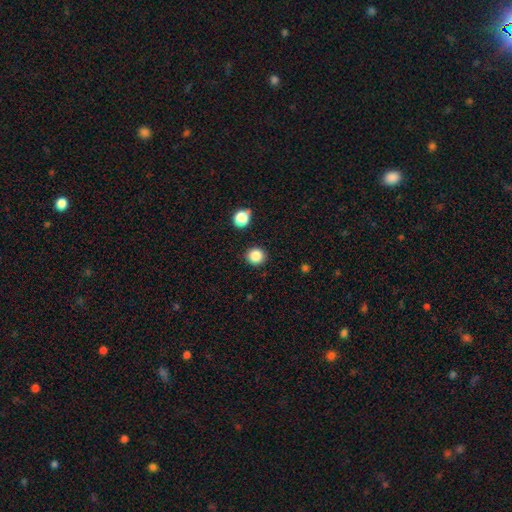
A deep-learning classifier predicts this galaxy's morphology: The model was most divided on "smooth or featured": smooth: 86%, star or artifact: 11%, featured or disk: 3%. More confident: how rounded — round (90%); merging — none (90%).